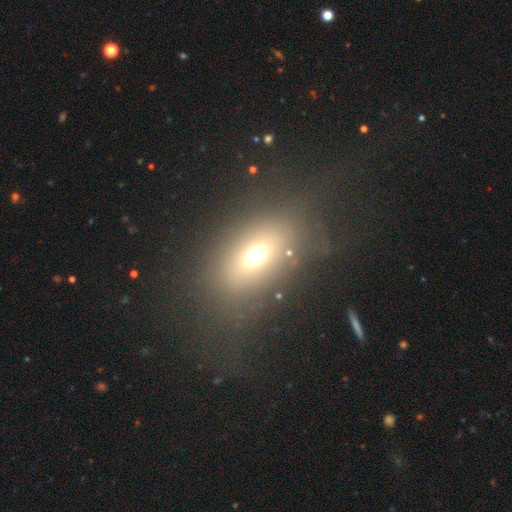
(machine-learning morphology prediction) smooth-or-featured: smooth: 63% | featured or disk: 20% | star or artifact: 17%
  how-rounded: in between: 74% | round: 22% | cigar-shaped: 4%
  merging: none: 71% | major disturbance: 13% | minor disturbance: 13% | merger: 3%